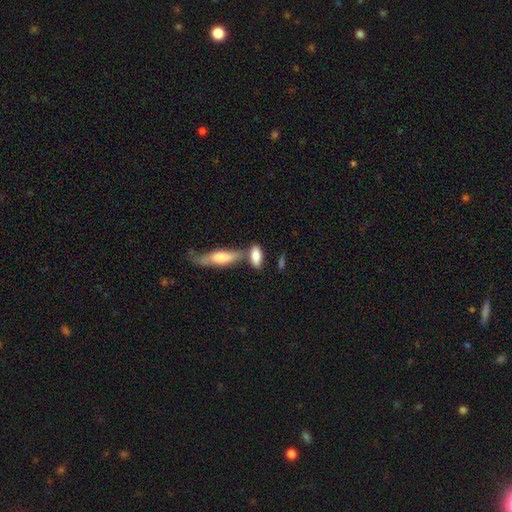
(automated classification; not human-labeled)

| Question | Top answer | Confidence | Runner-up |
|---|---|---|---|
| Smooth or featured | smooth | 78% | featured or disk (16%) |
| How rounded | in between | 77% | cigar-shaped (19%) |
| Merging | none | 49% | merger (33%) |